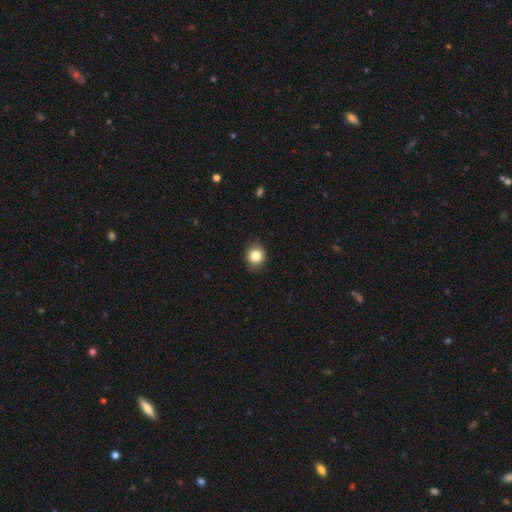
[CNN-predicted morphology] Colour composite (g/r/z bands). It shows a smooth galaxy with no disk features (83%) that is round (72%). Merging: none (86%).